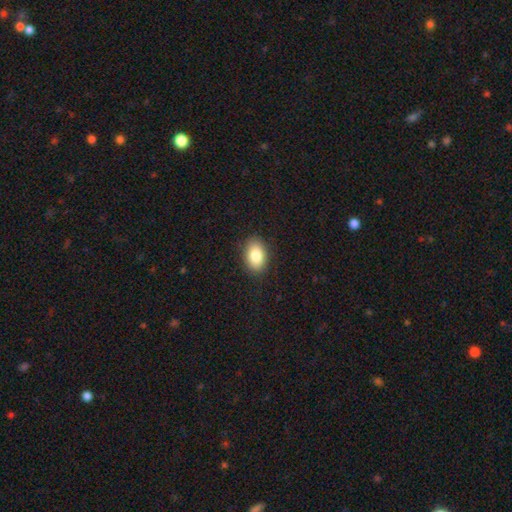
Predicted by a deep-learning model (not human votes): Overall: smooth (84%). How rounded: in between (86%). Merging: none (87%).